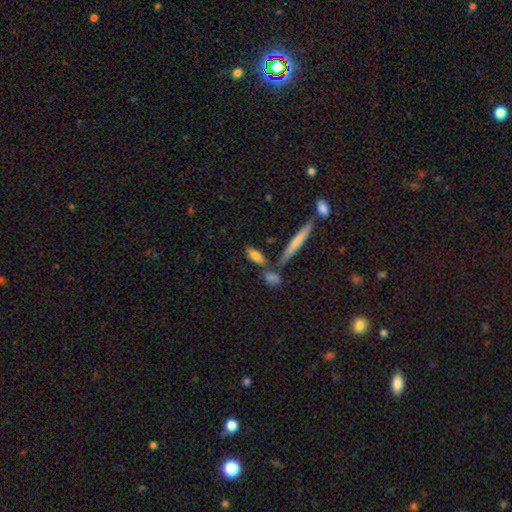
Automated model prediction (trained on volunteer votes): A smooth galaxy with no disk features (74%) that is cigar-shaped (49%).

Vote fractions:
- Smooth or featured? smooth: 74% / featured or disk: 19% / star or artifact: 7%
- How rounded? cigar-shaped: 49% / in between: 47% / round: 3%
- Merging? none: 63% / merger: 19% / minor disturbance: 13% / major disturbance: 4%